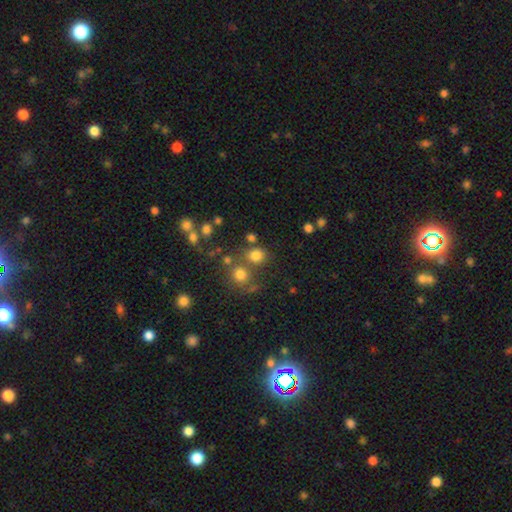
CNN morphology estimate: Smooth or featured: smooth — 77% (star or artifact — 16%)
How rounded: round — 82% (in between — 17%)
Merging: none — 67% (merger — 20%)